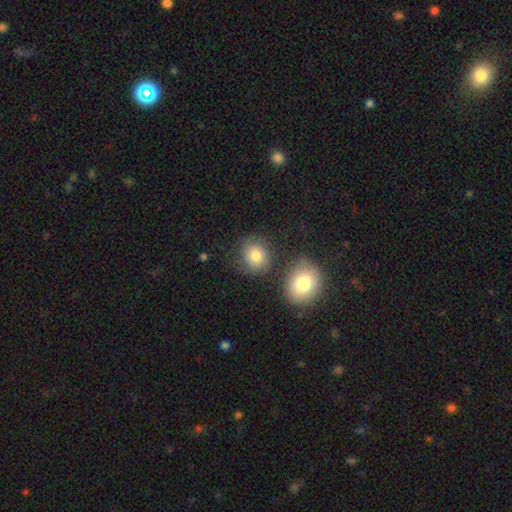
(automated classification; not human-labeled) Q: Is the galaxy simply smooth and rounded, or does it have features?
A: smooth — 74%.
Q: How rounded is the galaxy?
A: round — 73%.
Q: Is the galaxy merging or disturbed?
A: none — 66%.